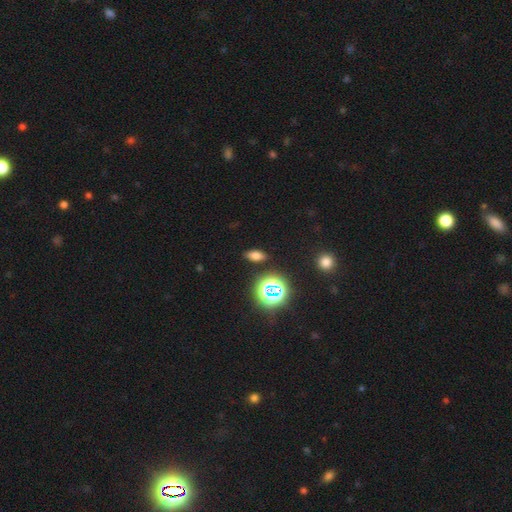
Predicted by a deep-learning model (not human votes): Overall: smooth (67%). How rounded: in between (79%). Merging: none (87%).